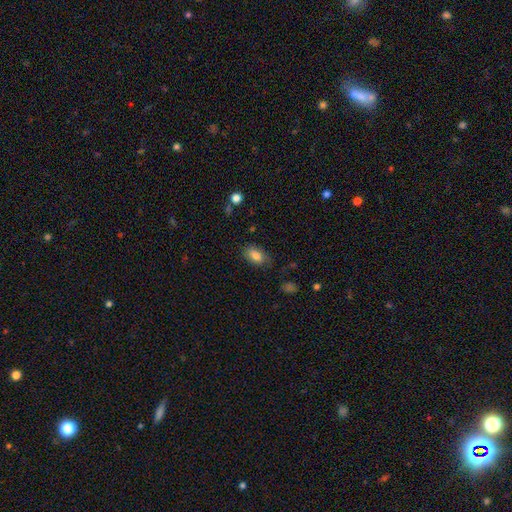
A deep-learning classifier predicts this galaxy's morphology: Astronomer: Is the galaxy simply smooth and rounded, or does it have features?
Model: smooth — 83%.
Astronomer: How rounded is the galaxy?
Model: in between — 91%.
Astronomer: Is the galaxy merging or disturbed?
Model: none — 76%.